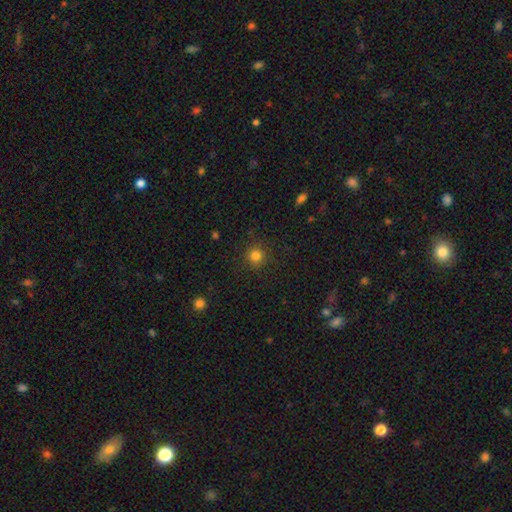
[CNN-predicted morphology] smooth_or_featured: smooth (p=0.81) [alt: star or artifact p=0.14]
how_rounded: round (p=0.93) [alt: in between p=0.06]
merging: none (p=0.89) [alt: minor disturbance p=0.07]